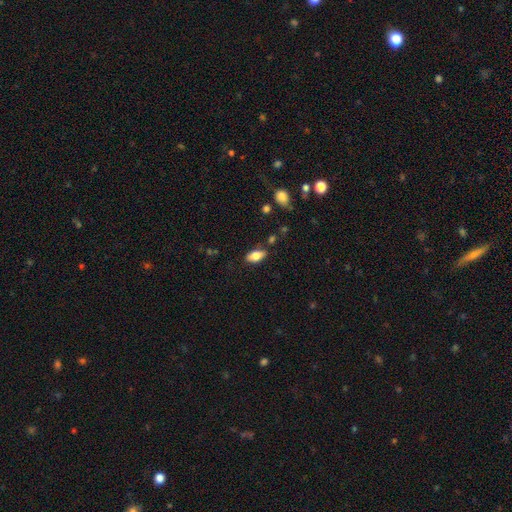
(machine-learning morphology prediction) Overall: smooth (77%). How rounded: in between (89%). Merging: none (80%).